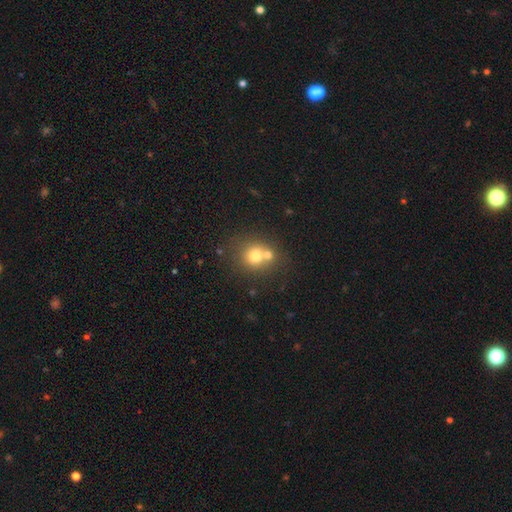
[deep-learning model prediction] Smooth or featured? smooth (70%)
How rounded? round (85%)
Merging? none (49%)